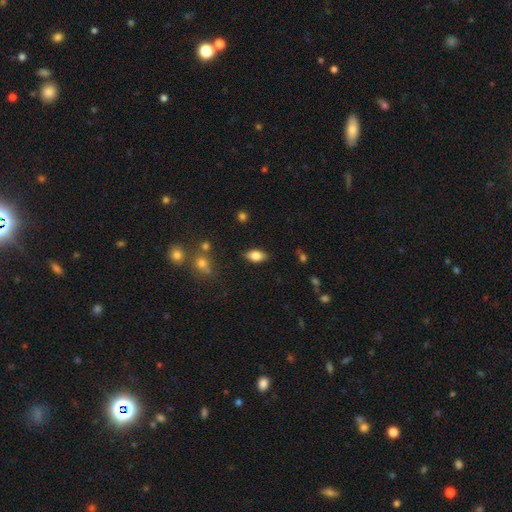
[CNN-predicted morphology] The model was most divided on "smooth or featured": smooth: 72%, featured or disk: 19%, star or artifact: 8%. More confident: how rounded — in between (87%); merging — none (84%).